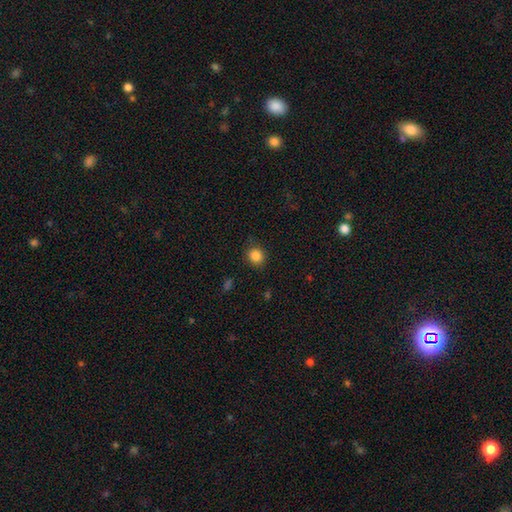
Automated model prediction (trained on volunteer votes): Smooth or featured?
  - smooth: 86% *
  - star or artifact: 11%
  - featured or disk: 4%
How rounded?
  - round: 78% *
  - in between: 21%
  - cigar-shaped: 1%
Merging?
  - none: 85% *
  - minor disturbance: 10%
  - major disturbance: 3%
  - merger: 1%